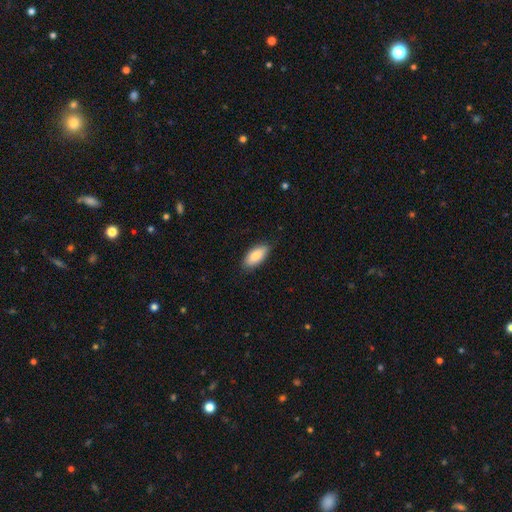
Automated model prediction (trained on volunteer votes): This is clearly a smooth galaxy (85%). How rounded: clearly in between (88%). Merging: clearly none (85%).